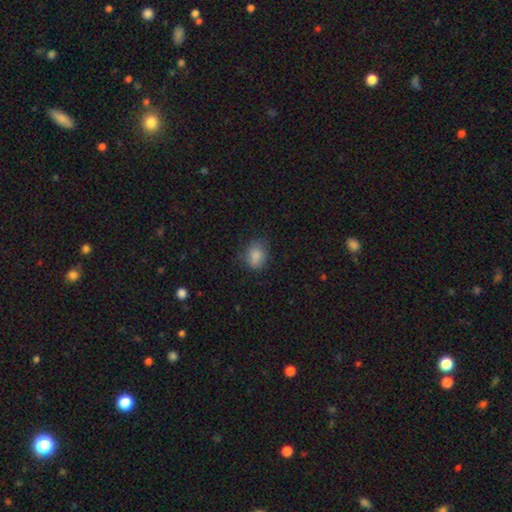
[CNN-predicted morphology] This appears to be a smooth galaxy with no disk features (83%) that is in between round and cigar-shaped (58%). Merging: none (66%).